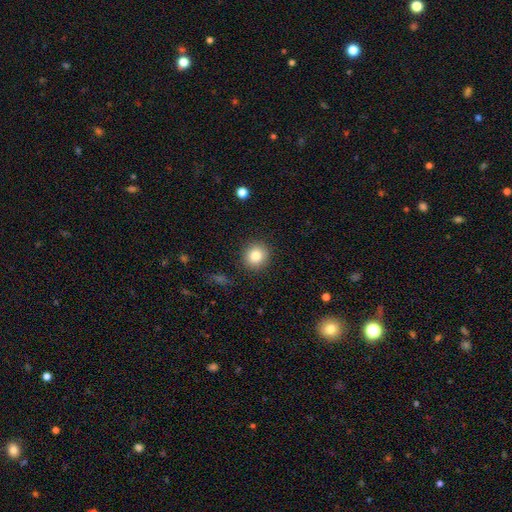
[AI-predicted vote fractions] A smooth galaxy with no disk features (82%) that is round (88%).

Vote fractions:
- Smooth or featured? smooth: 82% / star or artifact: 10% / featured or disk: 8%
- How rounded? round: 88% / in between: 11% / cigar-shaped: 1%
- Merging? none: 90% / minor disturbance: 6% / major disturbance: 2% / merger: 1%